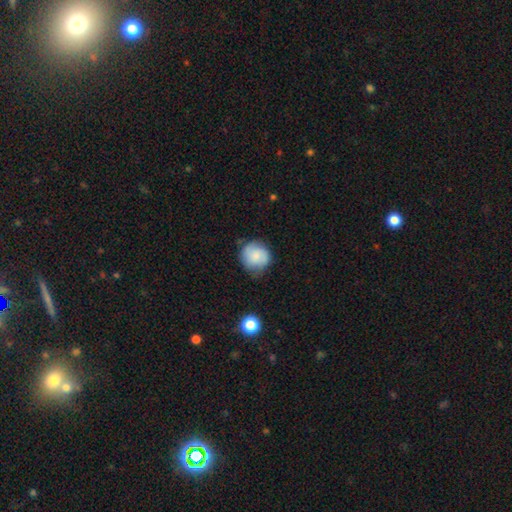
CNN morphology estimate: Overall: smooth (70%). How rounded: round (87%). Merging: none (66%).